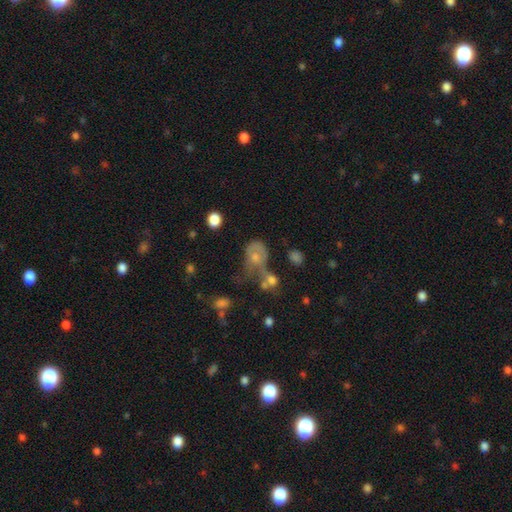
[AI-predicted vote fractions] A smooth galaxy with no disk features (58%) that is in between round and cigar-shaped (61%).

Vote fractions:
- Smooth or featured? smooth: 58% / featured or disk: 30% / star or artifact: 13%
- How rounded? in between: 61% / round: 38% / cigar-shaped: 2%
- Merging? major disturbance: 34% / merger: 33% / none: 18% / minor disturbance: 16%